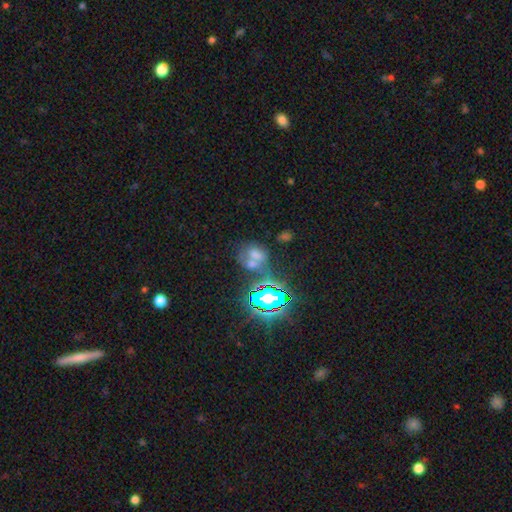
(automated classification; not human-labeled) Overall: star or artifact (48%; smooth 33%).